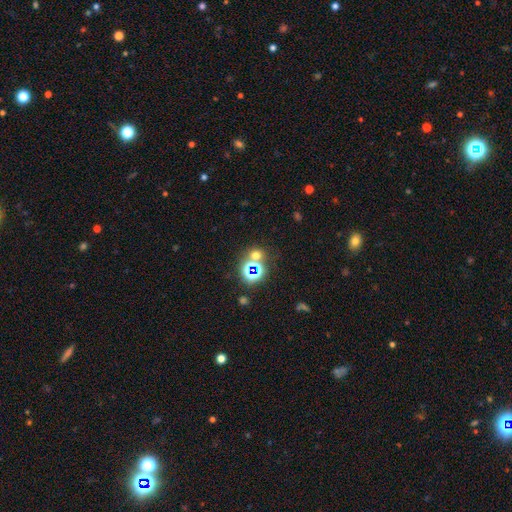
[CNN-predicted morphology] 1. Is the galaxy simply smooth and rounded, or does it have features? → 46% star or artifact, 45% smooth, 8% featured or disk.